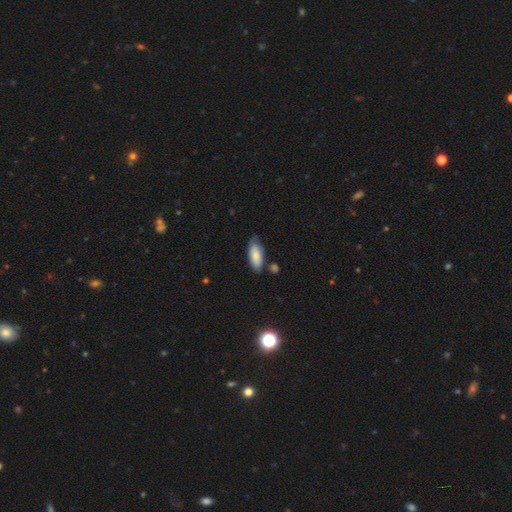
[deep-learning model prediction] A smooth galaxy with no disk features (82%) that is in between round and cigar-shaped (81%).

Vote fractions:
- Smooth or featured? smooth: 82% / featured or disk: 11% / star or artifact: 6%
- How rounded? in between: 81% / cigar-shaped: 17% / round: 2%
- Merging? none: 70% / minor disturbance: 21% / merger: 5% / major disturbance: 4%